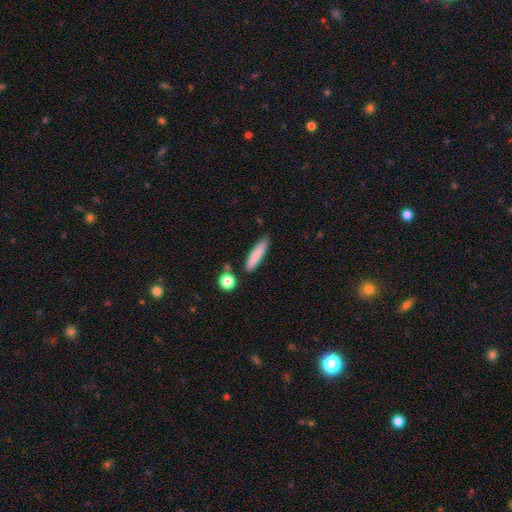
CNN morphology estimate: Q: Smooth or featured?
A: smooth (81%); runner-up: featured or disk (12%)
Q: How rounded?
A: cigar-shaped (82%); runner-up: in between (16%)
Q: Merging?
A: none (79%); runner-up: minor disturbance (14%)